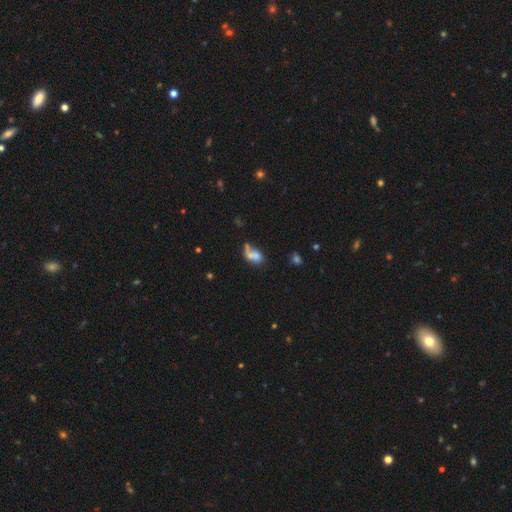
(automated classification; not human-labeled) Smooth or featured: smooth — 63% (featured or disk — 24%)
How rounded: in between — 78% (round — 18%)
Merging: merger — 42% (none — 25%)